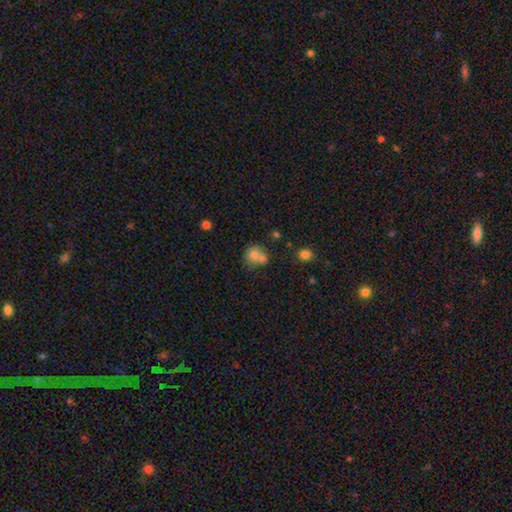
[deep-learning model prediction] Smooth or featured? smooth (72%)
How rounded? round (75%)
Merging? merger (48%)